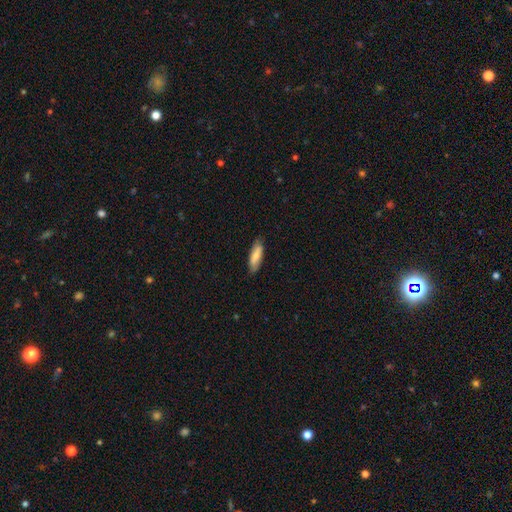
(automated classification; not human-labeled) Overall: smooth (74%). How rounded: in between (51%; cigar-shaped 47%). Merging: none (83%).